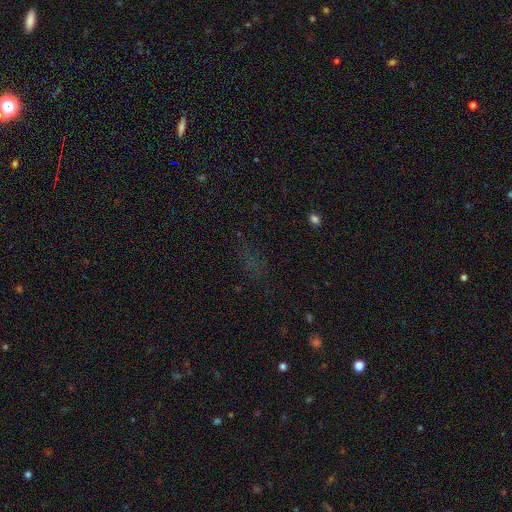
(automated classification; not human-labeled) A star or artifact, not a galaxy (58%).